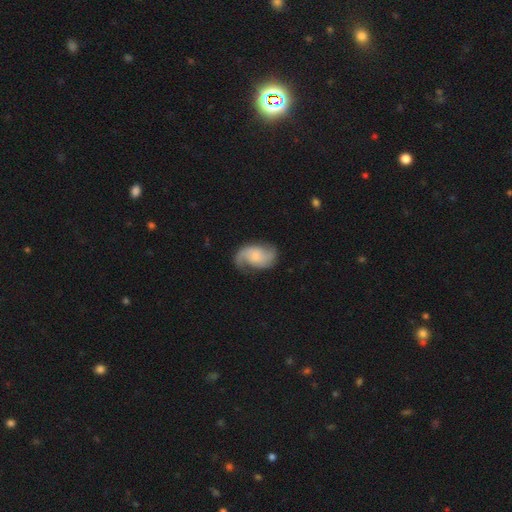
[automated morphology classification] Smooth or featured? featured or disk (75%)
Edge-on disk? no (97%)
Bar? no (58%)
Spiral arms? yes (95%)
Spiral winding? loose (48%)
Spiral arm count? 2 (84%)
Bulge size? small (42%)
Merging? none (65%)